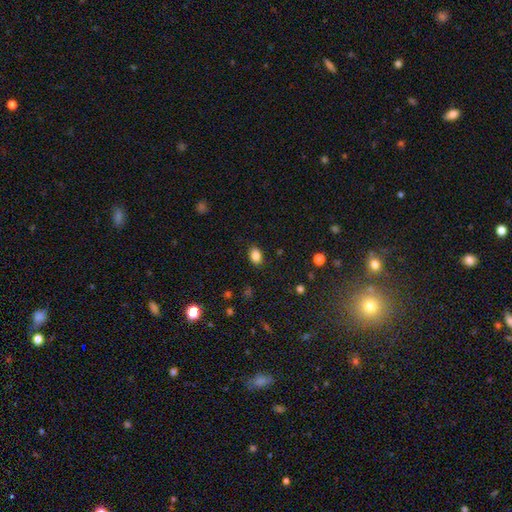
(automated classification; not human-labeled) This is clearly a smooth galaxy (85%). How rounded: likely in between (75%). Merging: clearly none (87%).